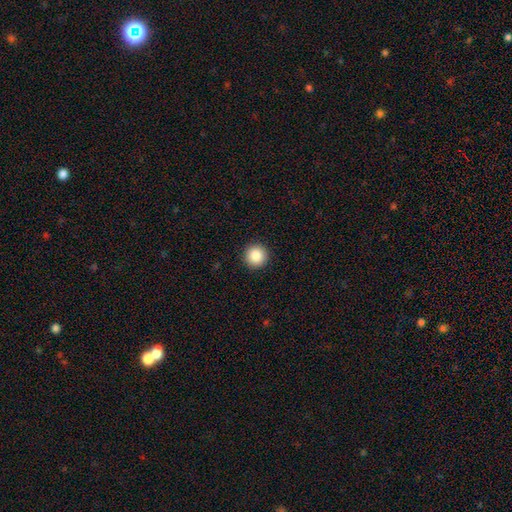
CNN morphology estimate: Smooth or featured?
  - smooth: 87% *
  - star or artifact: 9%
  - featured or disk: 4%
How rounded?
  - round: 96% *
  - in between: 4%
  - cigar-shaped: 1%
Merging?
  - none: 93% *
  - minor disturbance: 5%
  - major disturbance: 2%
  - merger: 1%